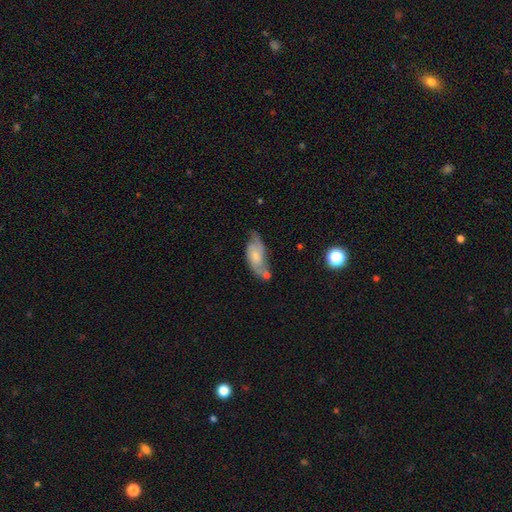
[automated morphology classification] smooth-or-featured: featured or disk: 57% | smooth: 36% | star or artifact: 7%
  disk-edge-on: no: 91% | yes: 9%
    bar: no: 68% | weak: 27% | strong: 5%
    has-spiral-arms: yes: 83% | no: 17%
    bulge-size: small: 51% | moderate: 33% | none: 9% | large: 4% | dominant: 1%
  merging: none: 47% | minor disturbance: 27% | major disturbance: 13% | merger: 13%